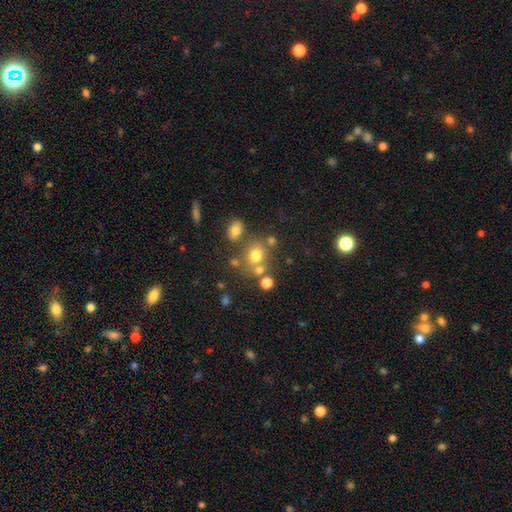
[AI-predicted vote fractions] Morphology: type=smooth (70%); roundness=round (74%); merging=none (61%).